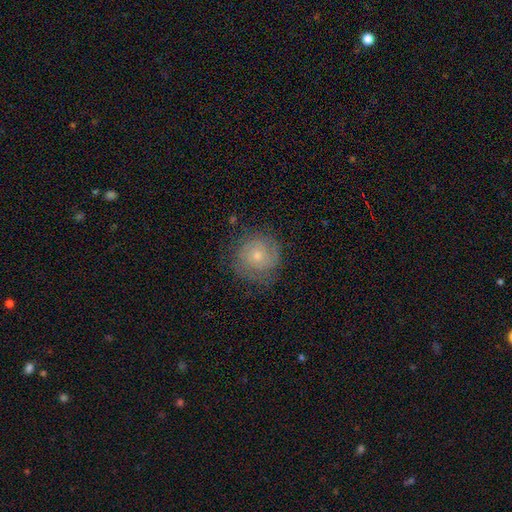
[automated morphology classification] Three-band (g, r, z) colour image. It shows a featured or disk galaxy (56%) with no bar (81%), spiral arms (83%) and a small central bulge (58%). Merging: none (75%).